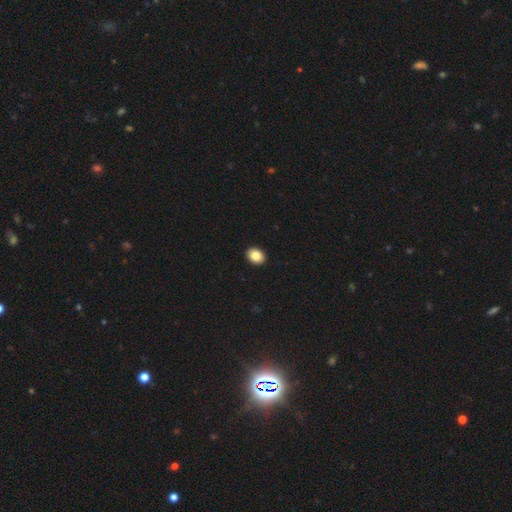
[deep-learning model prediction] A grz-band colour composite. It shows a smooth galaxy with no disk features (86%) that is in between round and cigar-shaped (60%). Merging: none (93%).